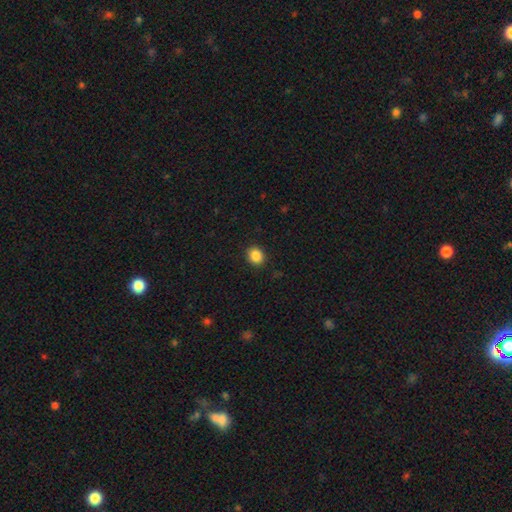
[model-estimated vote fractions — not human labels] Q: Smooth or featured?
A: smooth (87%); runner-up: star or artifact (10%)
Q: How rounded?
A: round (68%); runner-up: in between (31%)
Q: Merging?
A: none (91%); runner-up: minor disturbance (6%)